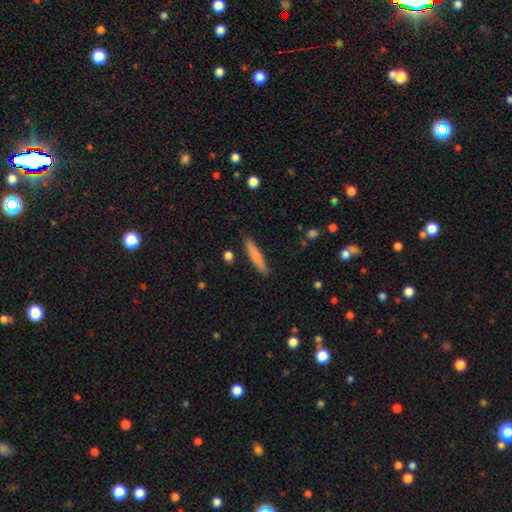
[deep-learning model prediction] smooth_or_featured: smooth (p=0.79) [alt: featured or disk p=0.16]
how_rounded: cigar-shaped (p=0.90) [alt: in between p=0.08]
merging: none (p=0.86) [alt: minor disturbance p=0.10]